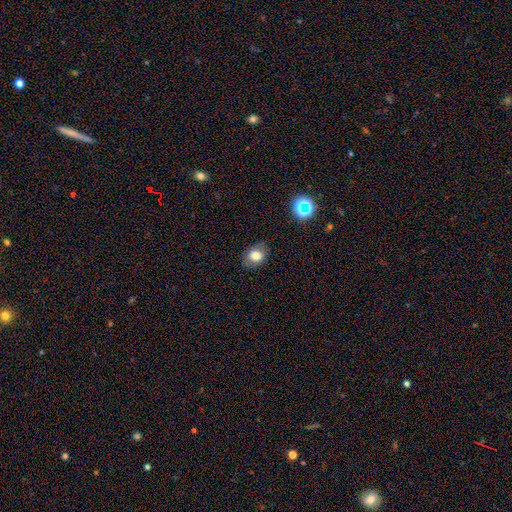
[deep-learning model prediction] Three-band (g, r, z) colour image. It shows a smooth galaxy with no disk features (76%) that is in between round and cigar-shaped (63%). Merging: none (79%).